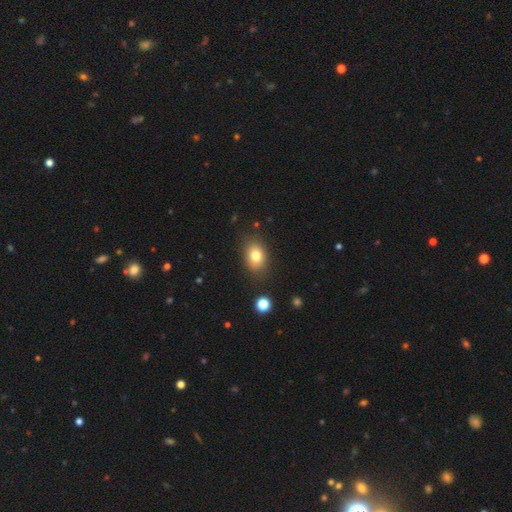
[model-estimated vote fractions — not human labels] smooth-or-featured: smooth: 80% | featured or disk: 11% | star or artifact: 10%
  how-rounded: in between: 74% | round: 24% | cigar-shaped: 1%
  merging: none: 82% | minor disturbance: 12% | major disturbance: 3% | merger: 2%